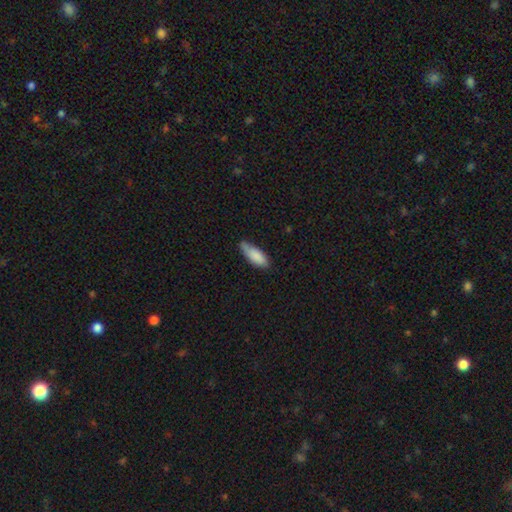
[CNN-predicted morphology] Q: Smooth or featured?
A: smooth (83%); runner-up: featured or disk (11%)
Q: How rounded?
A: in between (68%); runner-up: cigar-shaped (31%)
Q: Merging?
A: none (57%); runner-up: minor disturbance (34%)